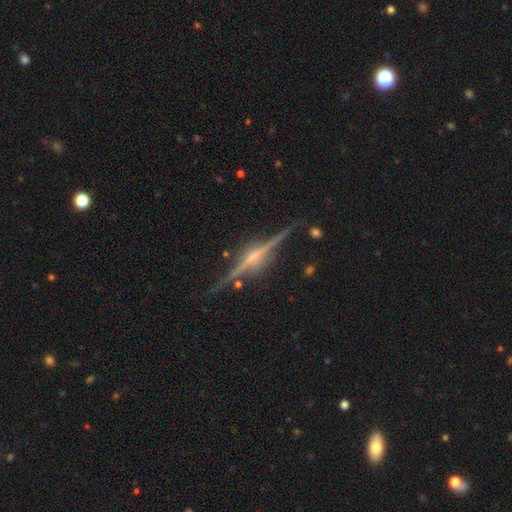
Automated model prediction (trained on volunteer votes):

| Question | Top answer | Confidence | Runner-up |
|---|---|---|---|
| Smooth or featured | featured or disk | 88% | star or artifact (7%) |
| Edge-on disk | yes | 98% | no (2%) |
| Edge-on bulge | rounded | 82% | boxy (11%) |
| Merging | none | 88% | minor disturbance (9%) |